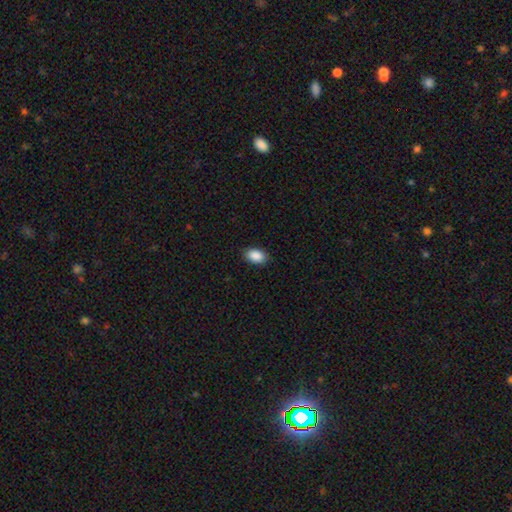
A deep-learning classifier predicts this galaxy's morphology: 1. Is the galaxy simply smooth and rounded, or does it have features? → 90% smooth, 7% star or artifact, 3% featured or disk.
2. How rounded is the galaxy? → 90% in between, 9% round, 1% cigar-shaped.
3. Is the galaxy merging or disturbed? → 87% none, 10% minor disturbance, 2% major disturbance, 1% merger.